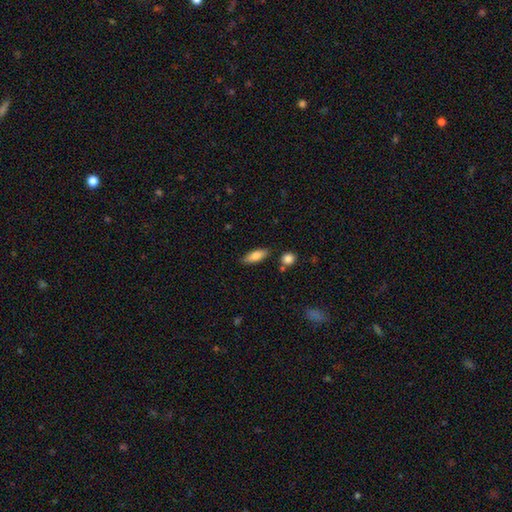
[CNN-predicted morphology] This is likely a smooth galaxy (78%). How rounded: likely in between (71%). Merging: clearly none (82%).